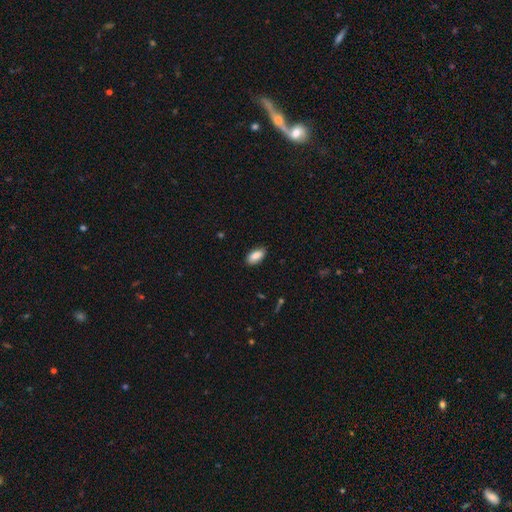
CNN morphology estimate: smooth_or_featured: smooth (p=0.87) [alt: star or artifact p=0.07]
how_rounded: in between (p=0.92) [alt: cigar-shaped p=0.06]
merging: none (p=0.86) [alt: minor disturbance p=0.11]